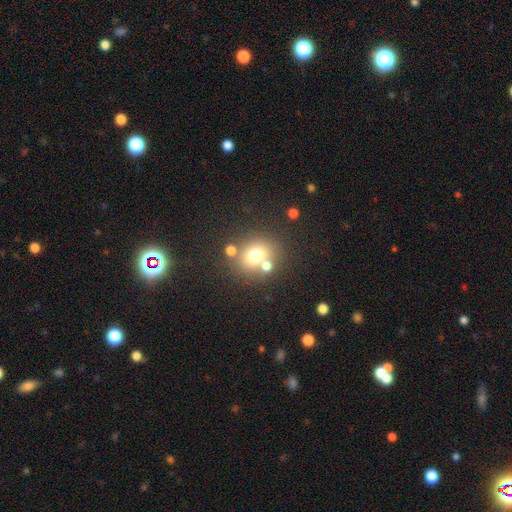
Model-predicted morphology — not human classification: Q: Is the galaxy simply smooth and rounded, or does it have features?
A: smooth — 69%.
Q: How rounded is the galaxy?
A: round — 72%.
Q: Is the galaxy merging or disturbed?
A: none — 62%.